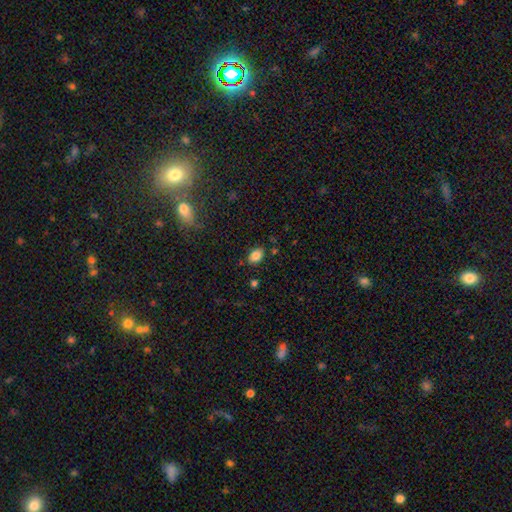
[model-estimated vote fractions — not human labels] Morphology: type=smooth (84%); roundness=in between (82%); merging=none (82%).